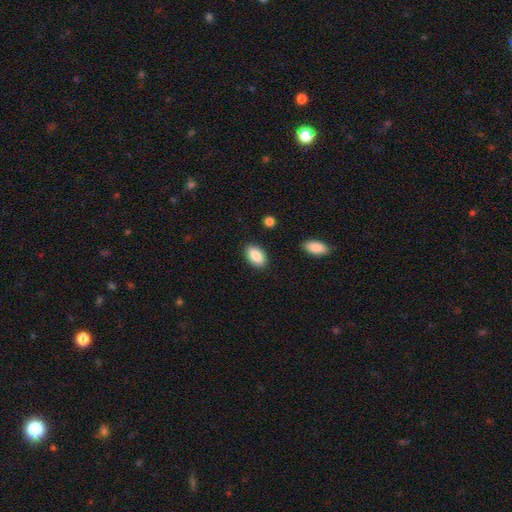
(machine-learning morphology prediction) A smooth galaxy with no disk features (87%) that is in between round and cigar-shaped (92%).

Vote fractions:
- Smooth or featured? smooth: 87% / star or artifact: 7% / featured or disk: 6%
- How rounded? in between: 92% / round: 6% / cigar-shaped: 2%
- Merging? none: 87% / minor disturbance: 9% / major disturbance: 2% / merger: 2%